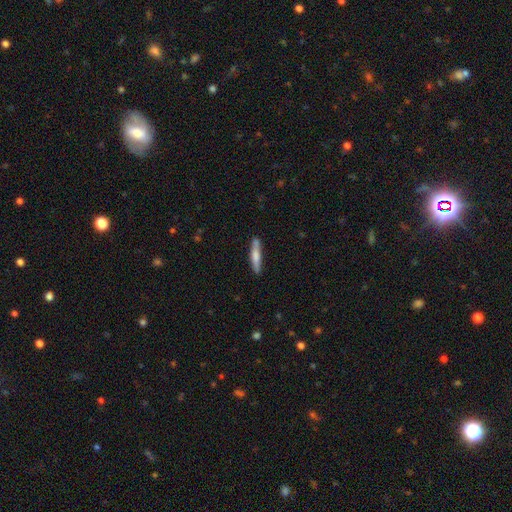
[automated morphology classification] The model was most divided on "smooth or featured": smooth: 66%, featured or disk: 29%, star or artifact: 5%. More confident: how rounded — cigar-shaped (89%); merging — none (79%).